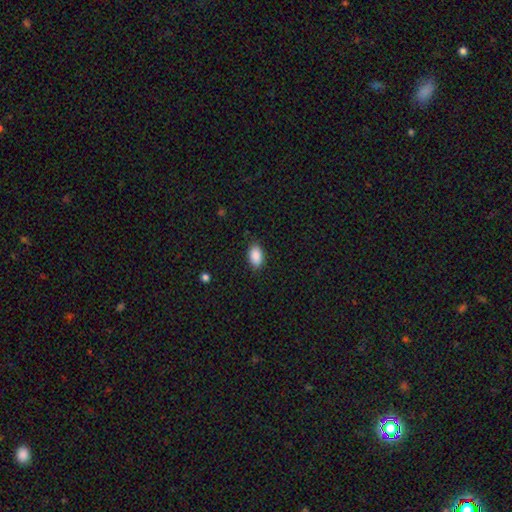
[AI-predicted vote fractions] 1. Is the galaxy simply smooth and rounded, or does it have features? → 89% smooth, 7% star or artifact, 3% featured or disk.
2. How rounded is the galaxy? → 91% in between, 8% round, 2% cigar-shaped.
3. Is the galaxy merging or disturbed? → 85% none, 12% minor disturbance, 3% major disturbance, 1% merger.